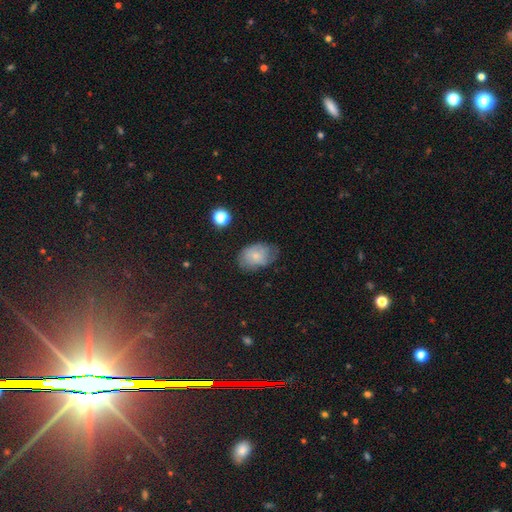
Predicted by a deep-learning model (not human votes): A smooth galaxy with no disk features (63%) that is in between round and cigar-shaped (83%).

Vote fractions:
- Smooth or featured? smooth: 63% / featured or disk: 28% / star or artifact: 10%
- How rounded? in between: 83% / round: 16% / cigar-shaped: 1%
- Merging? none: 60% / minor disturbance: 29% / major disturbance: 10% / merger: 2%